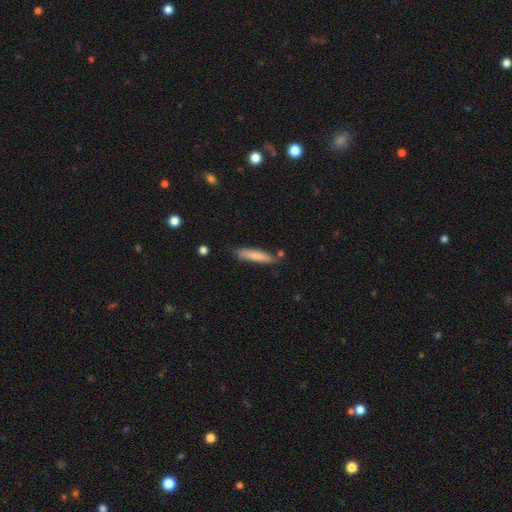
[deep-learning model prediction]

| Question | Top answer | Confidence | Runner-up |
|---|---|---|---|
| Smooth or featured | smooth | 77% | featured or disk (17%) |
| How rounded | cigar-shaped | 87% | in between (12%) |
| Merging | none | 78% | minor disturbance (15%) |